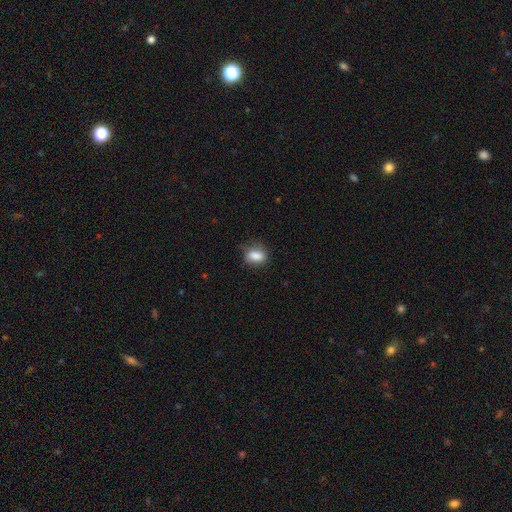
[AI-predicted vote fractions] Q: Smooth or featured?
A: smooth (84%); runner-up: star or artifact (9%)
Q: How rounded?
A: in between (76%); runner-up: round (20%)
Q: Merging?
A: none (65%); runner-up: minor disturbance (26%)